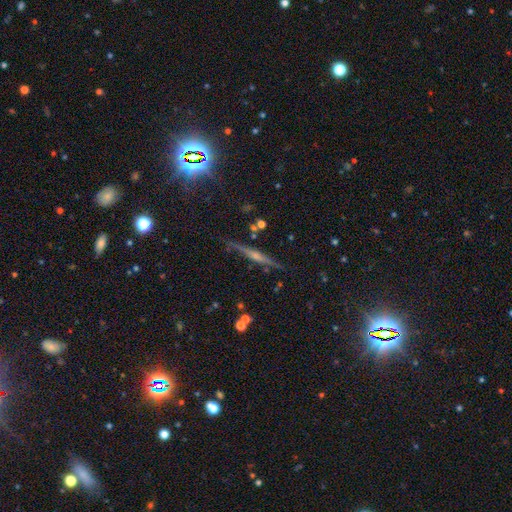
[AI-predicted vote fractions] A featured or disk galaxy (72%) viewed edge-on (97%) with a rounded central bulge (69%).

Vote fractions:
- Smooth or featured? featured or disk: 72% / smooth: 16% / star or artifact: 12%
- Edge-on disk? yes: 97% / no: 3%
- Edge-on bulge? rounded: 69% / none: 18% / boxy: 13%
- Merging? none: 86% / minor disturbance: 10% / merger: 2% / major disturbance: 2%